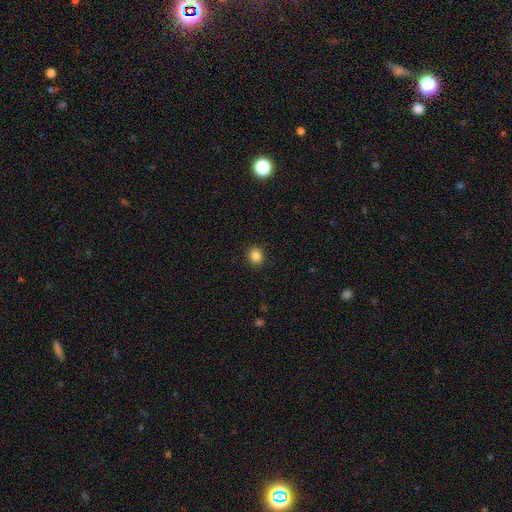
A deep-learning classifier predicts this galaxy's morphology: smooth_or_featured: smooth (p=0.86) [alt: star or artifact p=0.11]
how_rounded: round (p=0.83) [alt: in between p=0.16]
merging: none (p=0.91) [alt: minor disturbance p=0.06]